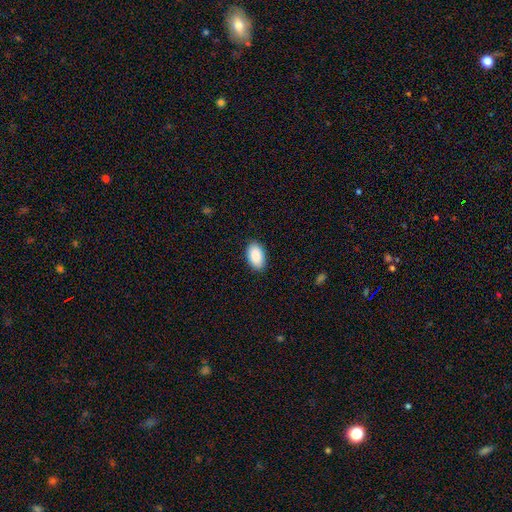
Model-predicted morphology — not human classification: smooth_or_featured: smooth (p=0.91) [alt: star or artifact p=0.06]
how_rounded: in between (p=0.95) [alt: round p=0.04]
merging: none (p=0.88) [alt: minor disturbance p=0.09]